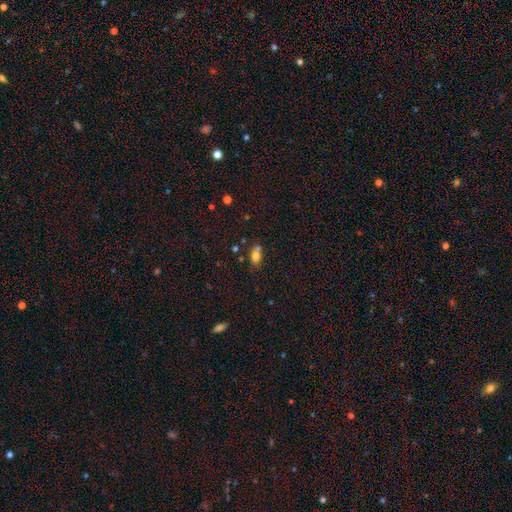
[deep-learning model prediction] This appears to be a smooth galaxy with no disk features (75%) that is in between round and cigar-shaped (71%). Merging: none (49%).